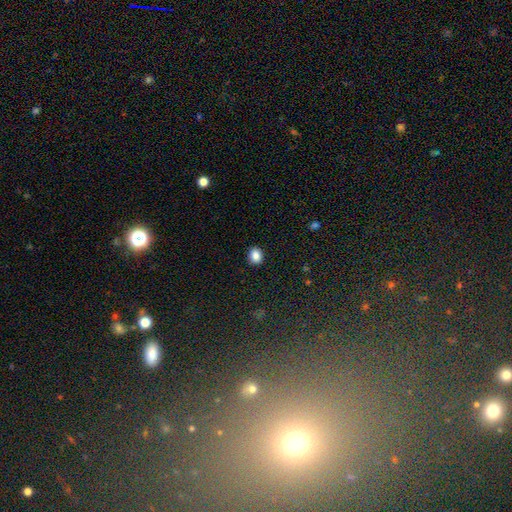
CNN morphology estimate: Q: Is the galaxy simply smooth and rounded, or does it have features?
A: smooth — 86%.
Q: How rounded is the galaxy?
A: round — 58%.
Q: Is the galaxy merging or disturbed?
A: none — 91%.